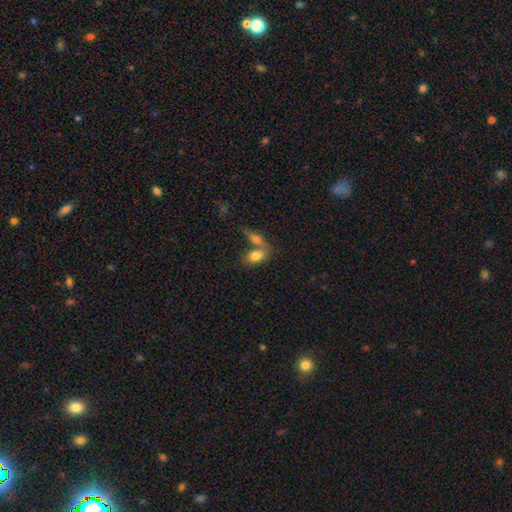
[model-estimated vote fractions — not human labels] A smooth galaxy with no disk features (79%) that is in between round and cigar-shaped (88%).

Vote fractions:
- Smooth or featured? smooth: 79% / featured or disk: 13% / star or artifact: 8%
- How rounded? in between: 88% / round: 7% / cigar-shaped: 5%
- Merging? merger: 53% / none: 34% / minor disturbance: 9% / major disturbance: 4%